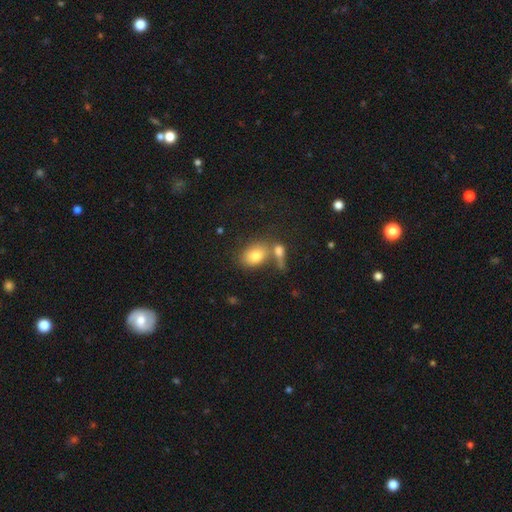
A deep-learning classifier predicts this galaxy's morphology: Overall: smooth (78%). How rounded: in between (76%). Merging: none (45%; merger 37%).